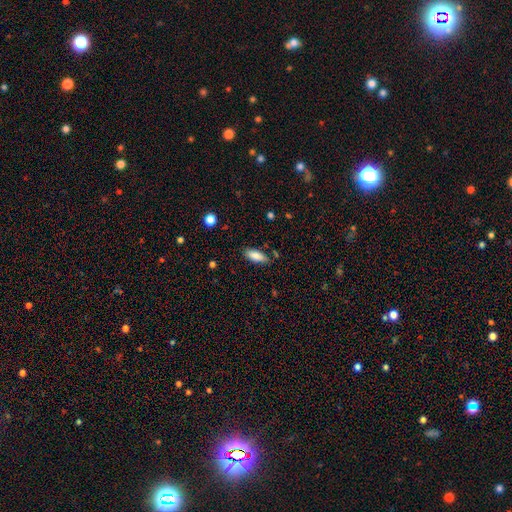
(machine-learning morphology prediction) Overall: smooth (85%). How rounded: in between (79%). Merging: none (80%).